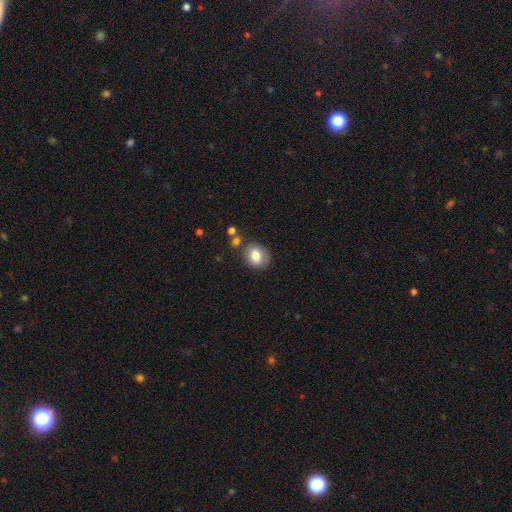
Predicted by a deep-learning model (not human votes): Overall: smooth (80%). How rounded: in between (54%; round 45%). Merging: none (73%).